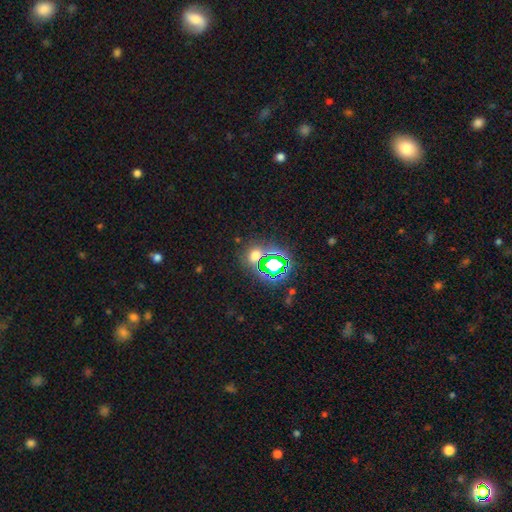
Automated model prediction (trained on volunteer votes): Smooth or featured?
  - star or artifact: 52% *
  - smooth: 40%
  - featured or disk: 8%